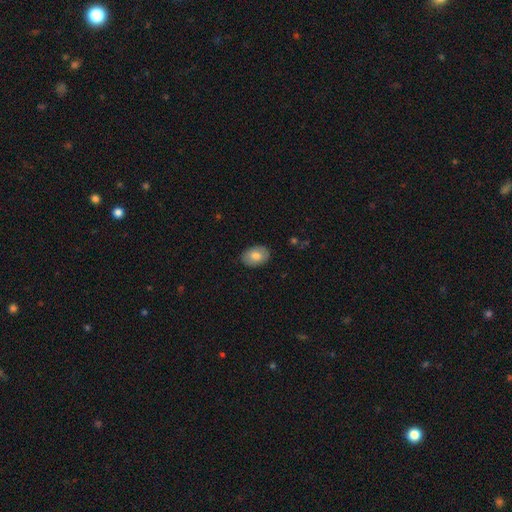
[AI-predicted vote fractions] Q: Smooth or featured?
A: smooth (77%); runner-up: featured or disk (16%)
Q: How rounded?
A: in between (83%); runner-up: round (16%)
Q: Merging?
A: none (87%); runner-up: minor disturbance (10%)